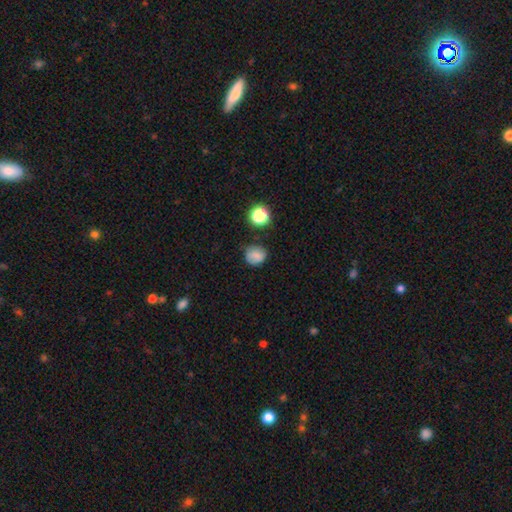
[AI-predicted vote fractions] Smooth or featured? Predicted: smooth (p=0.80). How rounded? Predicted: round (p=0.76). Merging? Predicted: none (p=0.73).